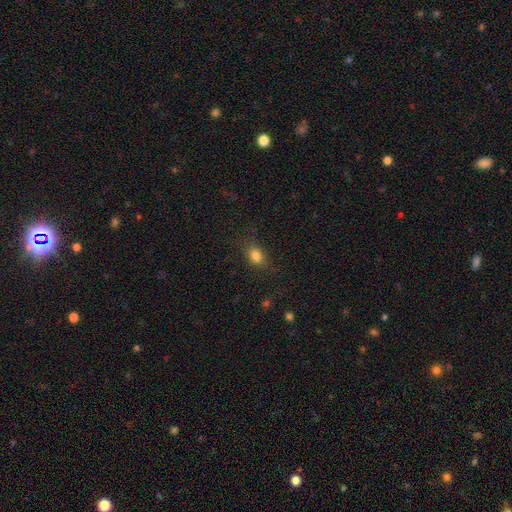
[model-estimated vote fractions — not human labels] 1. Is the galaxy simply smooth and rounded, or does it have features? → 81% smooth, 12% star or artifact, 7% featured or disk.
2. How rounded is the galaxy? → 72% in between, 26% round, 3% cigar-shaped.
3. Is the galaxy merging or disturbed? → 74% none, 17% minor disturbance, 7% major disturbance, 2% merger.